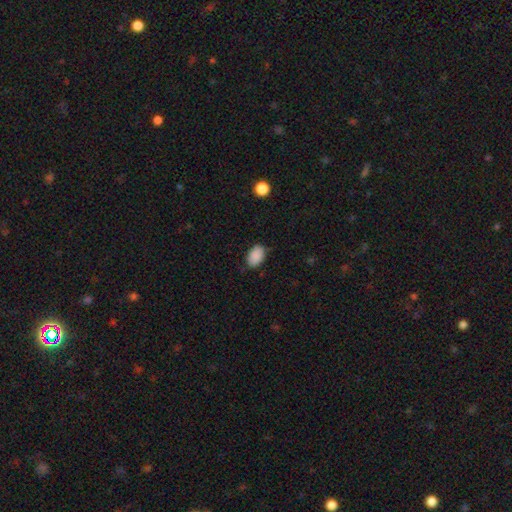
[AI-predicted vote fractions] Smooth or featured?
  - smooth: 89% *
  - star or artifact: 7%
  - featured or disk: 3%
How rounded?
  - in between: 88% *
  - round: 11%
  - cigar-shaped: 1%
Merging?
  - none: 82% *
  - minor disturbance: 14%
  - major disturbance: 3%
  - merger: 1%